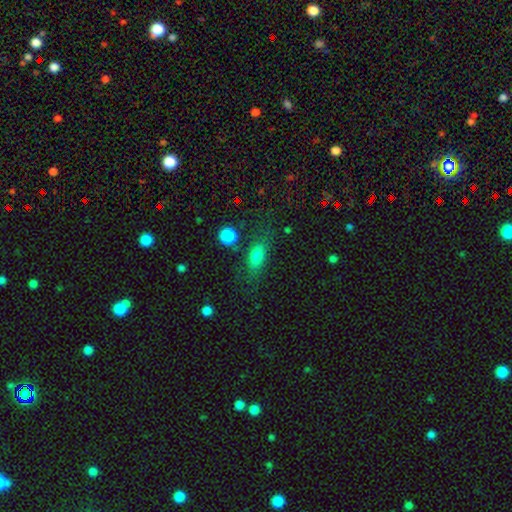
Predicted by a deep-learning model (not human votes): Smooth or featured: smooth — 75% (featured or disk — 13%)
How rounded: in between — 72% (cigar-shaped — 16%)
Merging: none — 66% (minor disturbance — 18%)